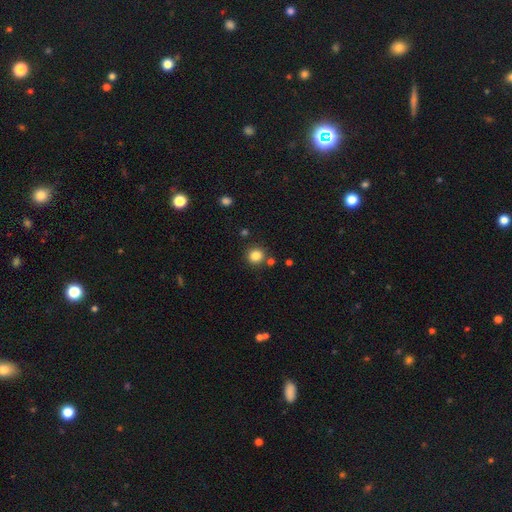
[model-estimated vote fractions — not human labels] Smooth or featured? smooth (84%)
How rounded? round (90%)
Merging? none (83%)